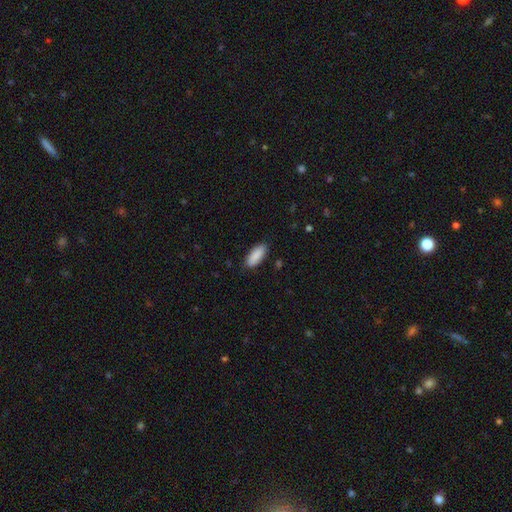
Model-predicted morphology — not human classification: Smooth or featured? Predicted: smooth (p=0.90). How rounded? Predicted: in between (p=0.80). Merging? Predicted: none (p=0.86).